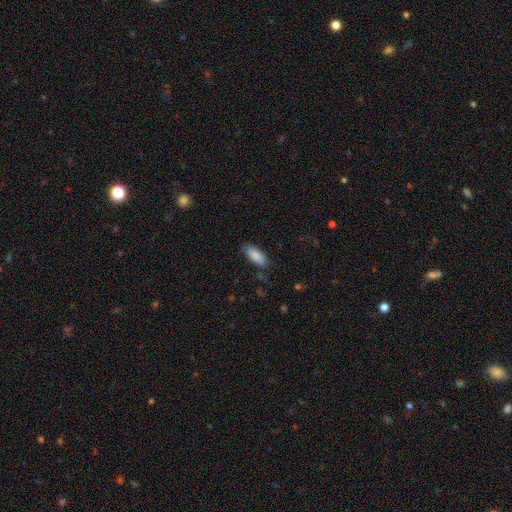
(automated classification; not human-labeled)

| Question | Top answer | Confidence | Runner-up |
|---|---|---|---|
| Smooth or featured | smooth | 86% | featured or disk (7%) |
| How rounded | in between | 85% | cigar-shaped (13%) |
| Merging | none | 79% | minor disturbance (16%) |